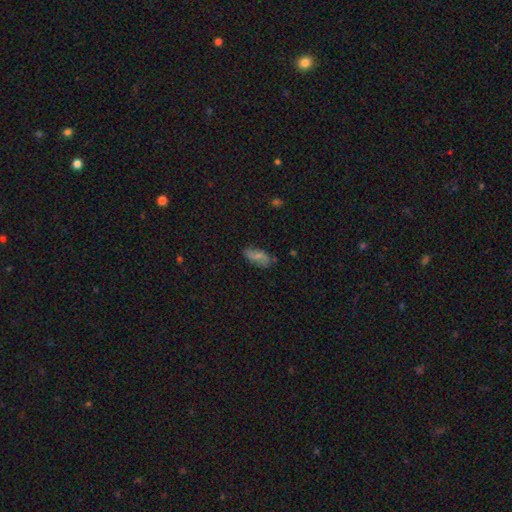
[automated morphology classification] Overall: smooth (48%; featured or disk 39%). Merging: none (72%).